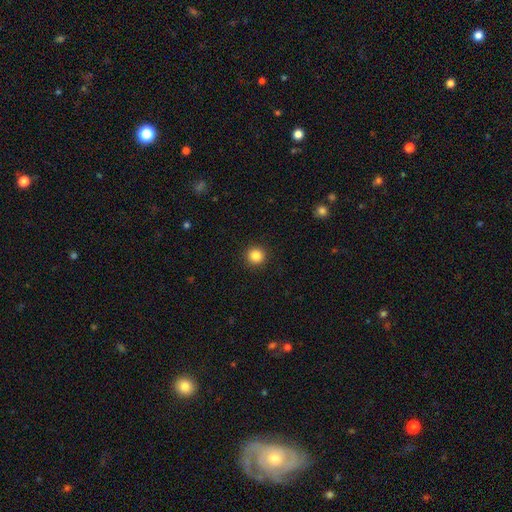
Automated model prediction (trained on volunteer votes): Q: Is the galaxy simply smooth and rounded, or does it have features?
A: smooth — 86%.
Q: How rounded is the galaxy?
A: round — 95%.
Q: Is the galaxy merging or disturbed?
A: none — 93%.